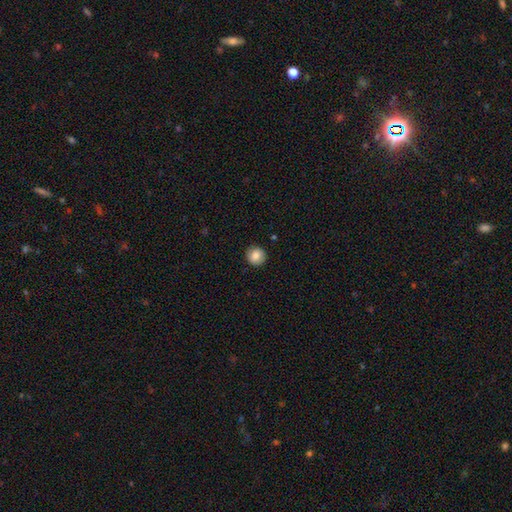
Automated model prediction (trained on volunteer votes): Overall: smooth (83%). How rounded: round (92%). Merging: none (89%).